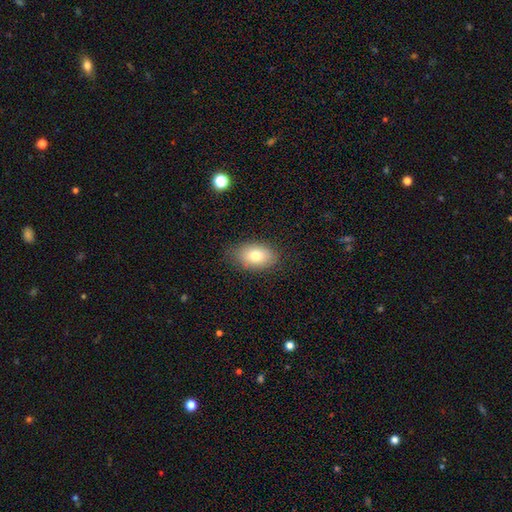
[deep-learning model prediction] Smooth or featured? smooth (77%)
How rounded? in between (86%)
Merging? none (81%)